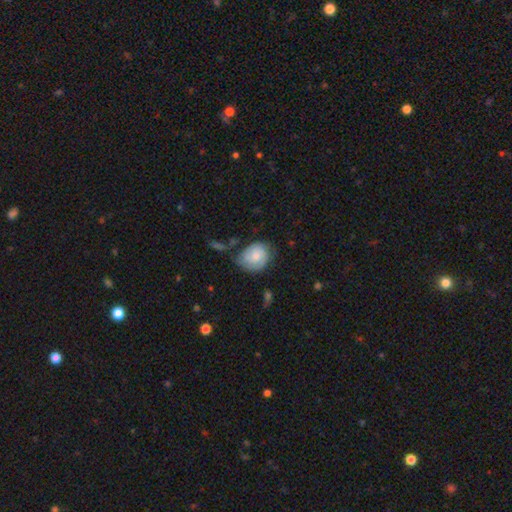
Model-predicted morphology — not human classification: smooth_or_featured: smooth (p=0.50) [alt: featured or disk p=0.43]
merging: none (p=0.56) [alt: minor disturbance p=0.28]